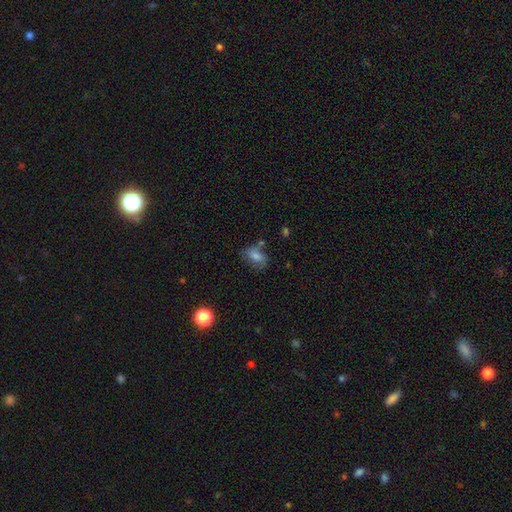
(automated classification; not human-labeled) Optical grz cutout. It shows a smooth galaxy with no disk features (67%) that is in between round and cigar-shaped (80%). Merging: none (56%).